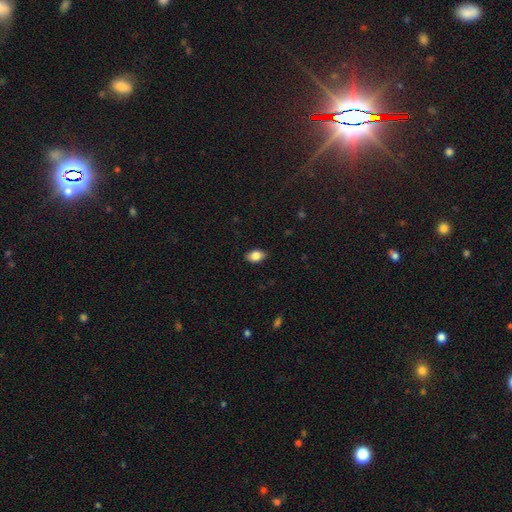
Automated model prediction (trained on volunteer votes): This is clearly a smooth galaxy (85%). How rounded: clearly in between (85%). Merging: clearly none (86%).